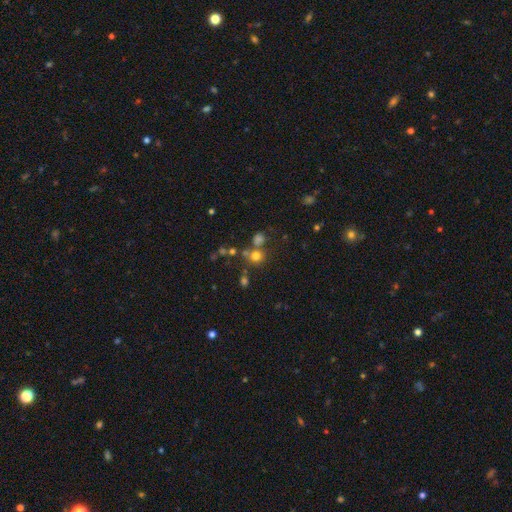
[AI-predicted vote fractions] This is likely a smooth galaxy (67%). How rounded: clearly round (87%). Merging: likely none (61%).